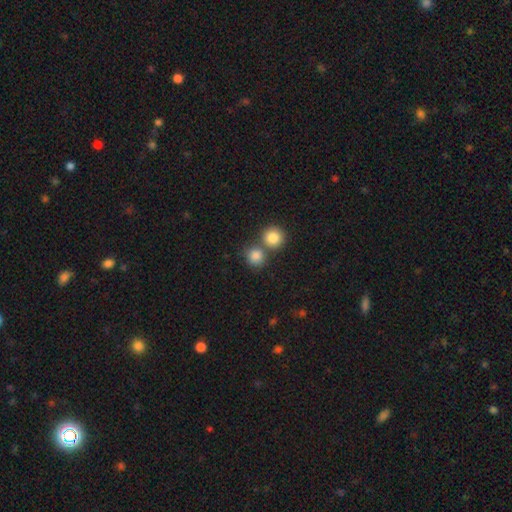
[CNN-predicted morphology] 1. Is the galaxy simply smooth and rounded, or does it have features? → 84% smooth, 10% star or artifact, 6% featured or disk.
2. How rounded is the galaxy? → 87% round, 12% in between, 1% cigar-shaped.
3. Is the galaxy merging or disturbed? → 56% none, 34% merger, 7% minor disturbance, 3% major disturbance.